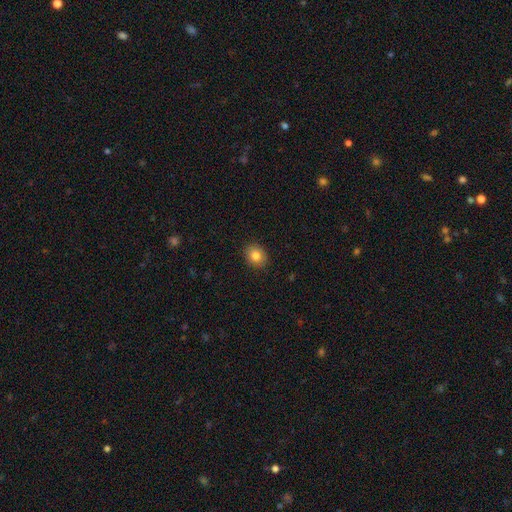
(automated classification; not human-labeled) This is clearly a smooth galaxy (83%). How rounded: possibly round (57%). Merging: clearly none (90%).